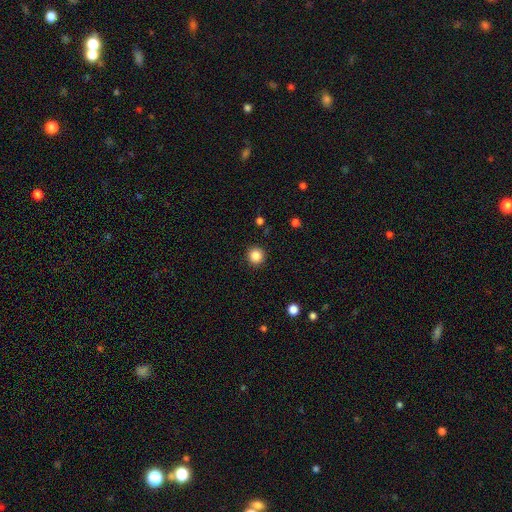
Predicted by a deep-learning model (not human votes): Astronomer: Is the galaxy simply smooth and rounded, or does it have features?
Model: smooth — 86%.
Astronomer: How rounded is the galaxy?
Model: round — 95%.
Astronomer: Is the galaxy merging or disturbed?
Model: none — 92%.